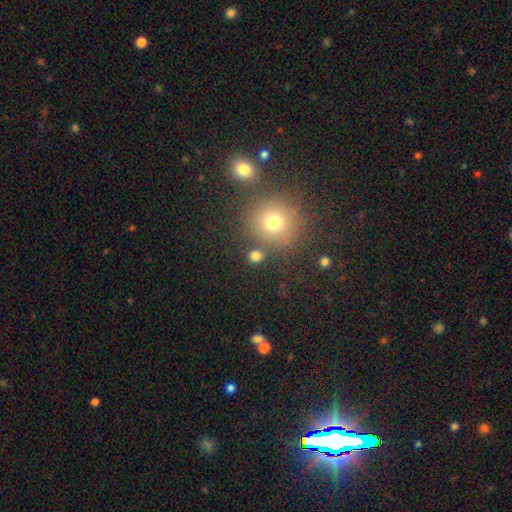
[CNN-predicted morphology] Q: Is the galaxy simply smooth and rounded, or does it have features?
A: smooth — 77%.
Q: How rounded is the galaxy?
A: round — 83%.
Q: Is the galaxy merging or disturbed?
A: none — 78%.